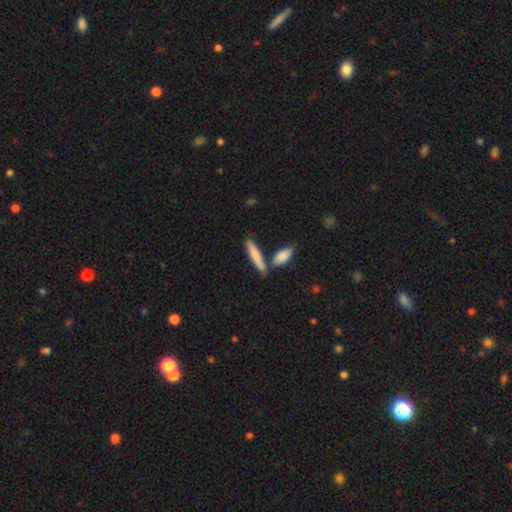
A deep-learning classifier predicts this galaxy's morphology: A smooth galaxy with no disk features (76%) that is cigar-shaped (80%).

Vote fractions:
- Smooth or featured? smooth: 76% / featured or disk: 18% / star or artifact: 6%
- How rounded? cigar-shaped: 80% / in between: 18% / round: 2%
- Merging? none: 66% / merger: 20% / minor disturbance: 11% / major disturbance: 3%